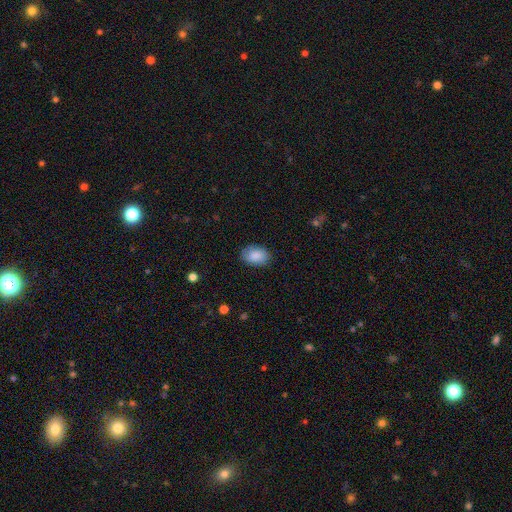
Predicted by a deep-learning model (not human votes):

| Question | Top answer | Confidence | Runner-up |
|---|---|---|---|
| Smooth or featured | smooth | 86% | featured or disk (8%) |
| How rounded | in between | 82% | round (17%) |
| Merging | none | 83% | minor disturbance (14%) |